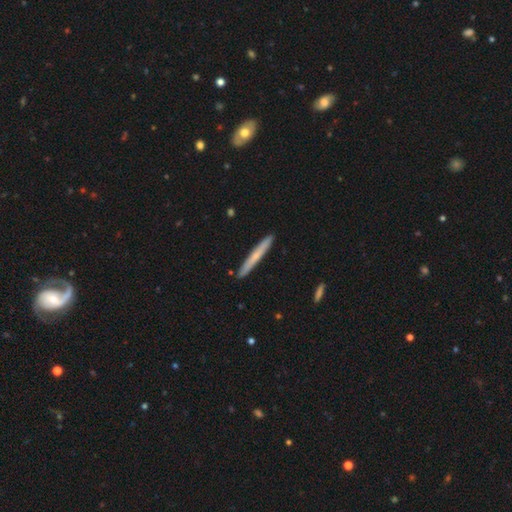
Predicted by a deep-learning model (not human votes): Overall: smooth (56%; featured or disk 38%). How rounded: cigar-shaped (97%). Merging: none (91%).